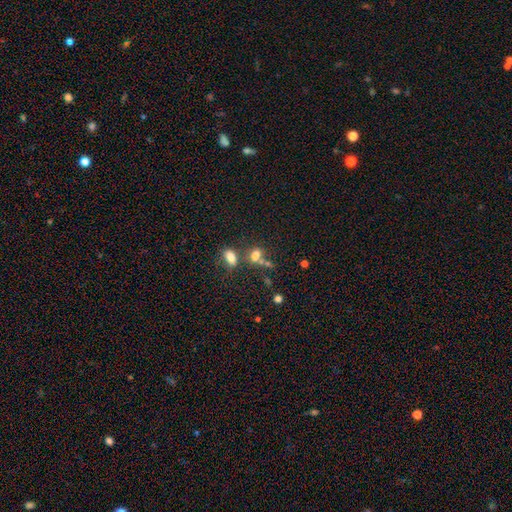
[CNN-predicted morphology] A smooth galaxy with no disk features (73%) that is in between round and cigar-shaped (67%). Merging: none (42%).